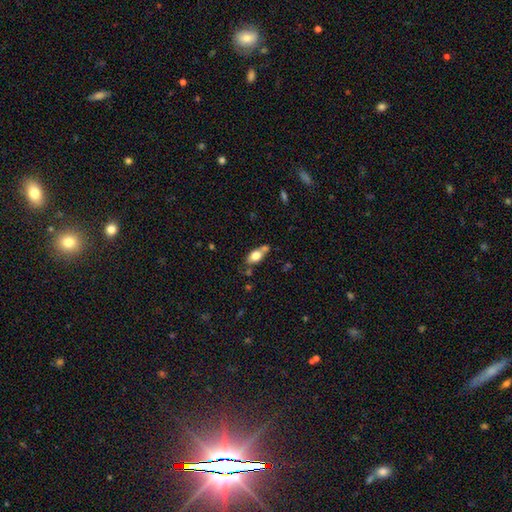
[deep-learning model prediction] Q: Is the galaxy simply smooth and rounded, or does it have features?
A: smooth — 74%.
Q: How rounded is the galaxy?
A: in between — 83%.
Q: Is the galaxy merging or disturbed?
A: none — 53%.